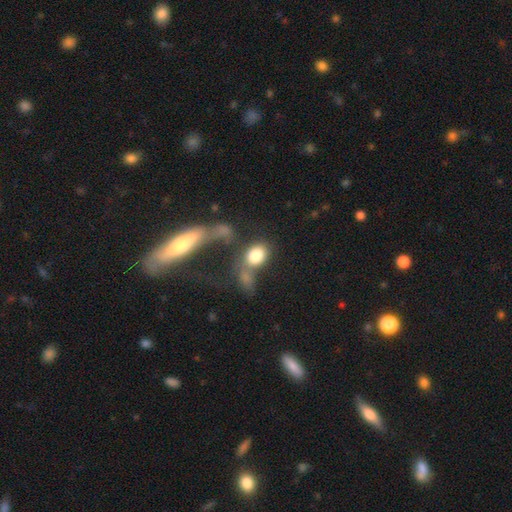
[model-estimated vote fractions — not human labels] smooth_or_featured: smooth (p=0.78) [alt: featured or disk p=0.13]
how_rounded: in between (p=0.66) [alt: round p=0.31]
merging: merger (p=0.44) [alt: none p=0.26]